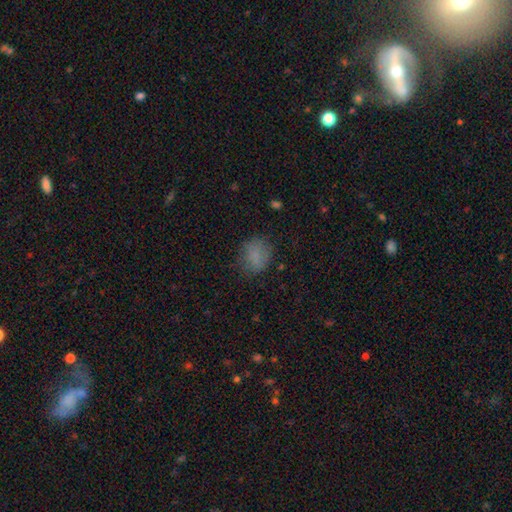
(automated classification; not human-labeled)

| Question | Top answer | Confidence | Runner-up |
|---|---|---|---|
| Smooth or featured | smooth | 79% | star or artifact (11%) |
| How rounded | round | 53% | in between (46%) |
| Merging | none | 74% | minor disturbance (18%) |